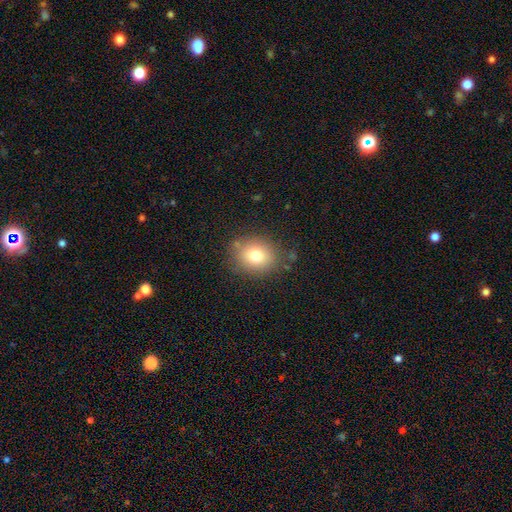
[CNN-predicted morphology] A smooth galaxy with no disk features (77%) that is round (68%).

Vote fractions:
- Smooth or featured? smooth: 77% / star or artifact: 12% / featured or disk: 11%
- How rounded? round: 68% / in between: 32% / cigar-shaped: 1%
- Merging? none: 80% / minor disturbance: 13% / major disturbance: 4% / merger: 3%